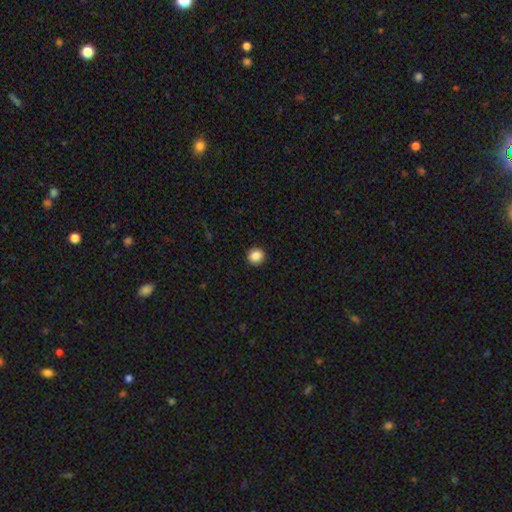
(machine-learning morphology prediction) The model was most divided on "how rounded": round: 88%, in between: 11%, cigar-shaped: 1%. More confident: merging — none (92%); smooth or featured — smooth (87%).